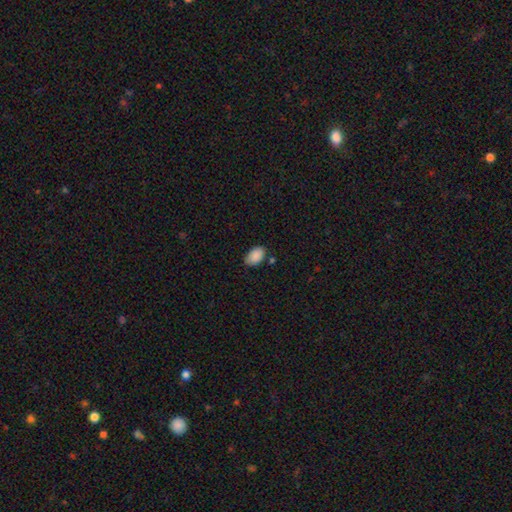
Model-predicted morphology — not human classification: type=smooth (89%); roundness=in between (91%); merging=none (72%).